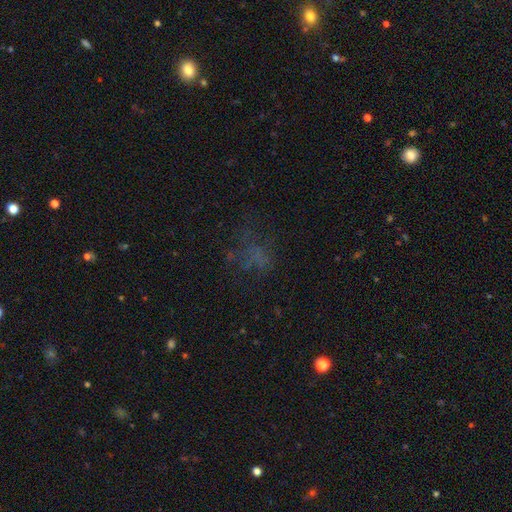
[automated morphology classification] Smooth or featured?
  - smooth: 37% *
  - star or artifact: 35%
  - featured or disk: 27%
Merging?
  - none: 53% *
  - major disturbance: 27%
  - minor disturbance: 17%
  - merger: 3%